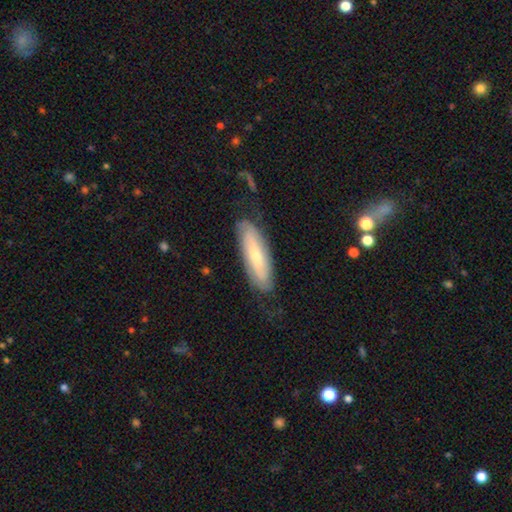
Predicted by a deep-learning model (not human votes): smooth-or-featured: featured or disk: 55% | smooth: 39% | star or artifact: 6%
  disk-edge-on: no: 73% | yes: 27%
  merging: none: 72% | minor disturbance: 19% | major disturbance: 7% | merger: 2%